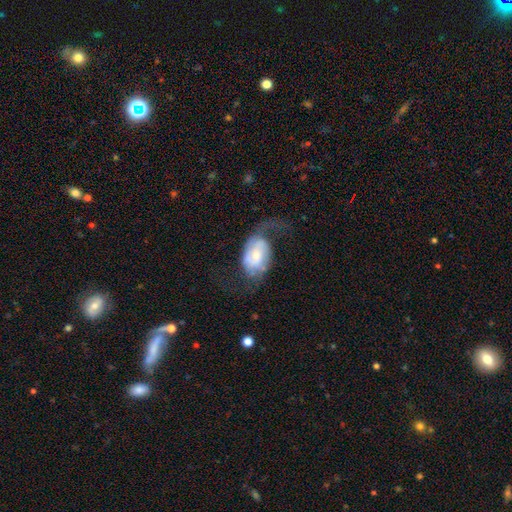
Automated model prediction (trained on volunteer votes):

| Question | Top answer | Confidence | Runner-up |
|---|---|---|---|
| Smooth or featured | featured or disk | 61% | smooth (32%) |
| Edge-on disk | no | 95% | yes (5%) |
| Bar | no | 55% | weak (35%) |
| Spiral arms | yes | 81% | no (19%) |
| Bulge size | small | 42% | tied: moderate (42%) |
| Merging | major disturbance | 43% | none (34%) |